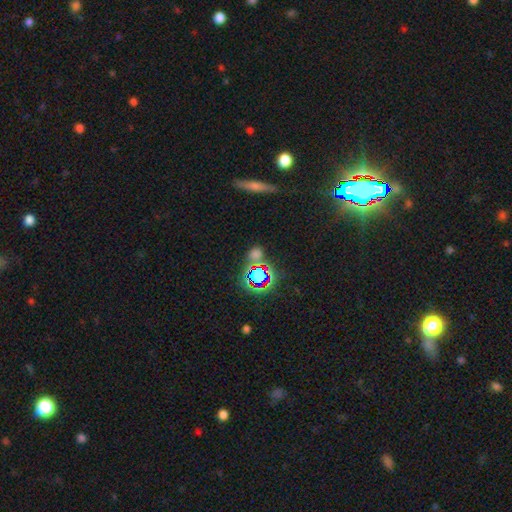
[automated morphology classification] Smooth or featured: star or artifact — 64% (smooth — 23%)